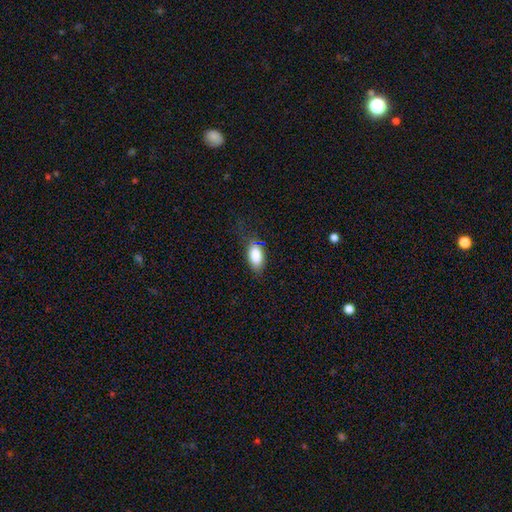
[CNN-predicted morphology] Overall: smooth (85%). How rounded: in between (90%). Merging: none (69%).